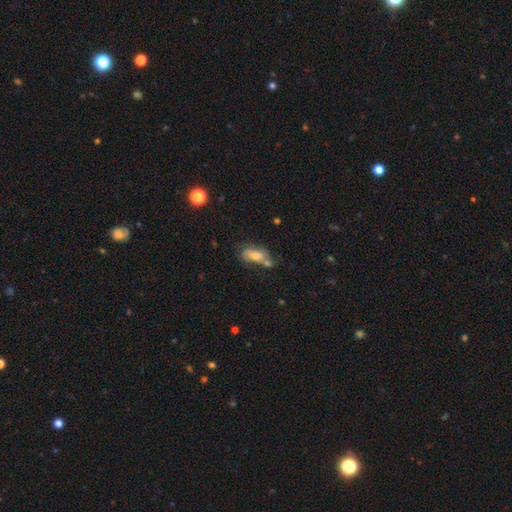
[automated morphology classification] Overall: smooth (63%; featured or disk 28%). How rounded: in between (83%). Merging: none (38%; merger 28%).